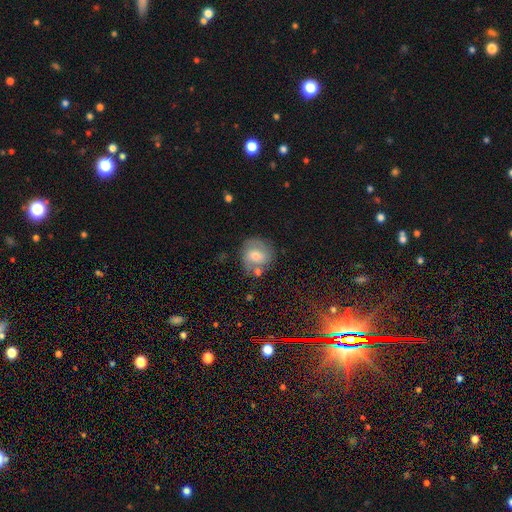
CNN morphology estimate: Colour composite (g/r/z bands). It shows a smooth galaxy with no disk features (46%). Merging: none (65%).